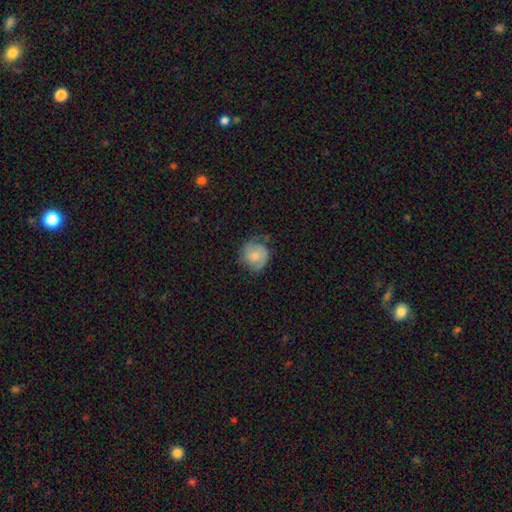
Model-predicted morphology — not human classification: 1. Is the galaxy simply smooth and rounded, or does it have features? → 57% smooth, 36% featured or disk, 7% star or artifact.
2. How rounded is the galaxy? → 84% round, 15% in between, 1% cigar-shaped.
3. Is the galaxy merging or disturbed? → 60% none, 28% minor disturbance, 11% major disturbance, 2% merger.